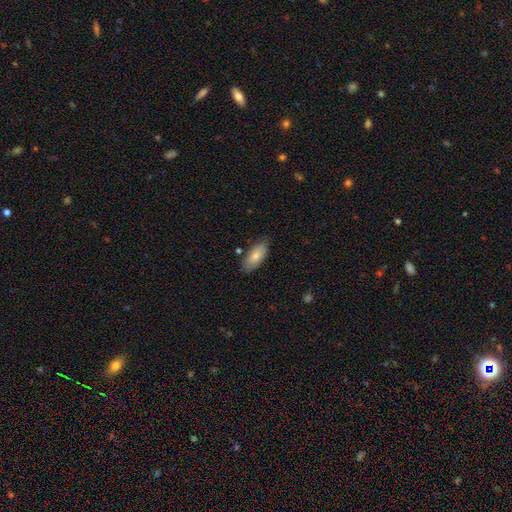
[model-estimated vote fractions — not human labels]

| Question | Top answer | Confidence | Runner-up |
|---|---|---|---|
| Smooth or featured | smooth | 79% | featured or disk (15%) |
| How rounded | in between | 88% | cigar-shaped (10%) |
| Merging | none | 80% | minor disturbance (15%) |